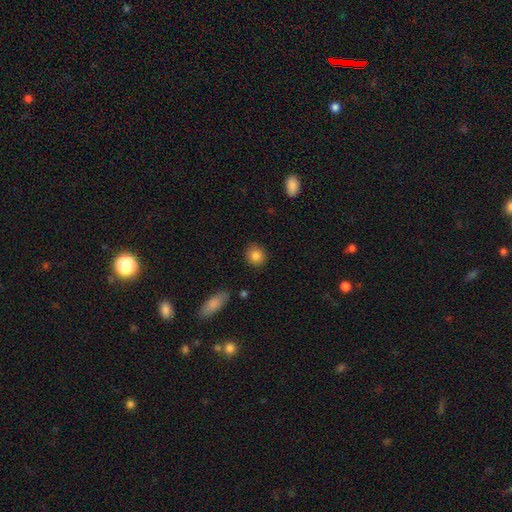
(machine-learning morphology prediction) Smooth or featured: smooth — 84% (star or artifact — 9%)
How rounded: round — 84% (in between — 15%)
Merging: none — 89% (minor disturbance — 8%)